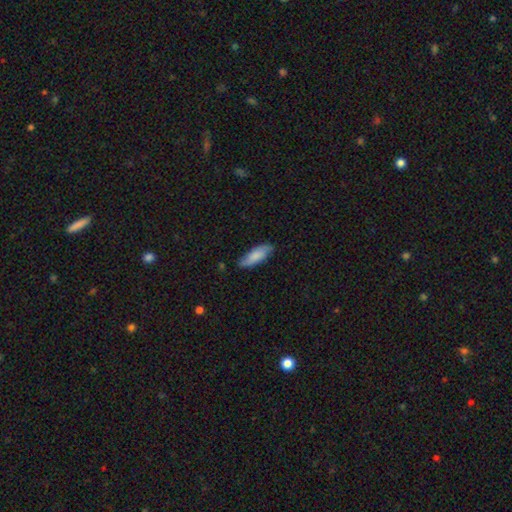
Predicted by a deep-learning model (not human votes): A smooth galaxy with no disk features (71%) that is in between round and cigar-shaped (61%).

Vote fractions:
- Smooth or featured? smooth: 71% / featured or disk: 22% / star or artifact: 6%
- How rounded? in between: 61% / cigar-shaped: 37% / round: 2%
- Merging? none: 76% / minor disturbance: 19% / major disturbance: 3% / merger: 1%